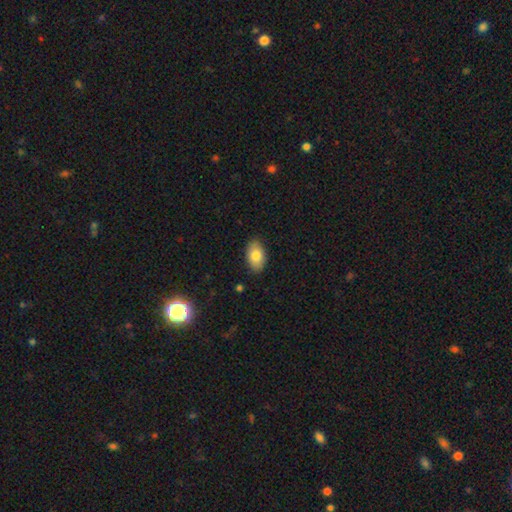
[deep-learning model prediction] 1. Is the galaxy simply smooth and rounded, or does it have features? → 81% smooth, 12% featured or disk, 7% star or artifact.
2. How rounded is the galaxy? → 92% in between, 7% round, 1% cigar-shaped.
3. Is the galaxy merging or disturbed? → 86% none, 11% minor disturbance, 2% major disturbance, 1% merger.